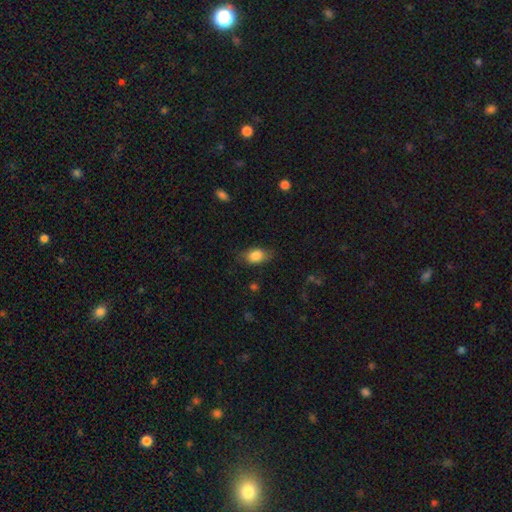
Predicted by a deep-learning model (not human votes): Smooth or featured? smooth (82%)
How rounded? in between (84%)
Merging? none (74%)